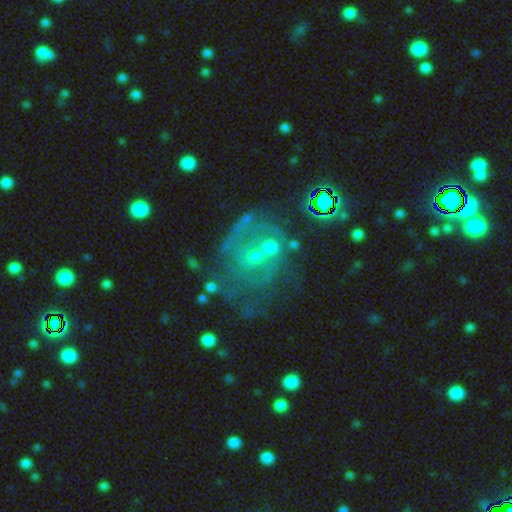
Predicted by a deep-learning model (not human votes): Smooth or featured? featured or disk (64%)
Edge-on disk? no (97%)
Bar? no (80%)
Spiral arms? yes (62%)
Bulge size? small (44%)
Merging? none (37%)